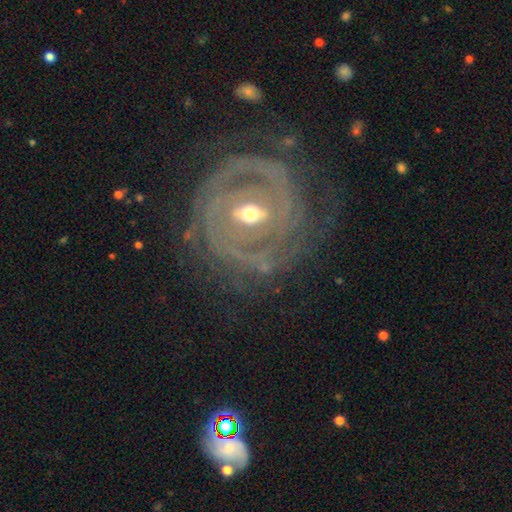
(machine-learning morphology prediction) The model was most divided on "bar": weak: 42%, strong: 36%, no: 22%. Remaining: edge-on disk — no (97%); spiral arms — yes (95%); smooth or featured — featured or disk (90%); spiral winding — tight (79%); merging — none (74%); bulge size — moderate (60%); spiral arm count — 2 (32%).